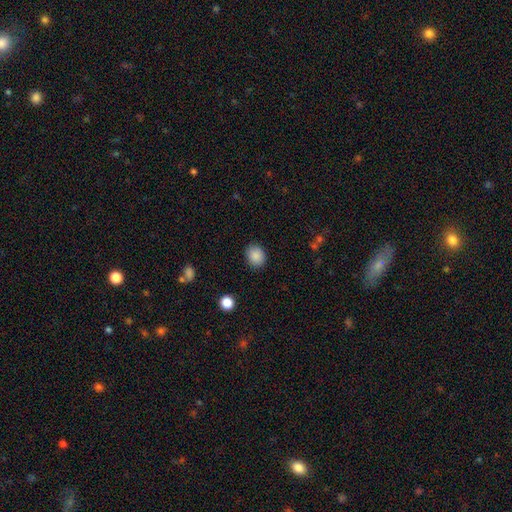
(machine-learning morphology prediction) The model was most divided on "how rounded": round: 54%, in between: 45%, cigar-shaped: 1%. More confident: smooth or featured — smooth (88%); merging — none (88%).